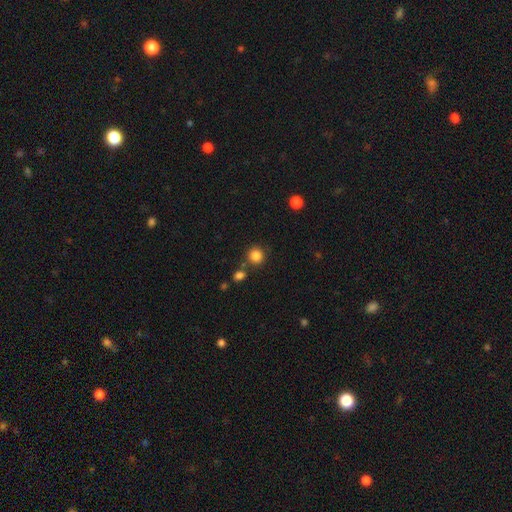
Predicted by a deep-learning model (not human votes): Smooth or featured?
  - smooth: 84% *
  - star or artifact: 12%
  - featured or disk: 4%
How rounded?
  - round: 90% *
  - in between: 9%
  - cigar-shaped: 1%
Merging?
  - none: 79% *
  - merger: 10%
  - minor disturbance: 9%
  - major disturbance: 3%